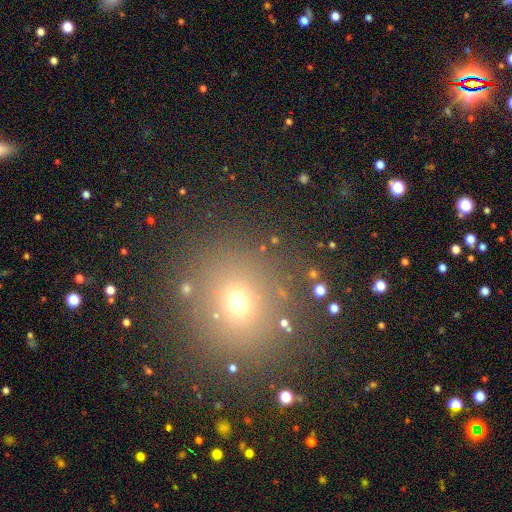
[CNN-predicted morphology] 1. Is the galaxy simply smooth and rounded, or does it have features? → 56% smooth, 35% star or artifact, 9% featured or disk.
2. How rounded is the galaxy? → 84% round, 15% in between, 1% cigar-shaped.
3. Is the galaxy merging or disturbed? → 86% none, 7% minor disturbance, 4% major disturbance, 3% merger.